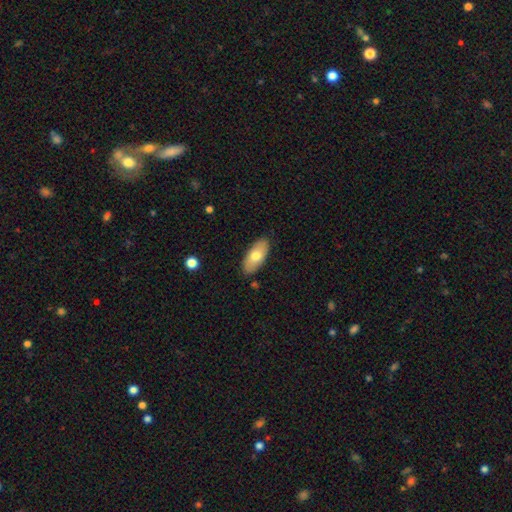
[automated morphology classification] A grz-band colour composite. It shows a smooth galaxy with no disk features (70%) that is in between round and cigar-shaped (90%). Merging: none (86%).